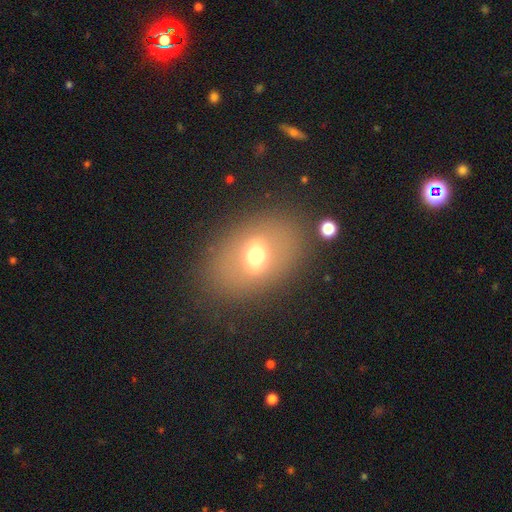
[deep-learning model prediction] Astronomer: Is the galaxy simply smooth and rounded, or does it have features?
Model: smooth — 60%.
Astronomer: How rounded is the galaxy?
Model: in between — 68%.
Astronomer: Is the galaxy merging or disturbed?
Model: none — 80%.